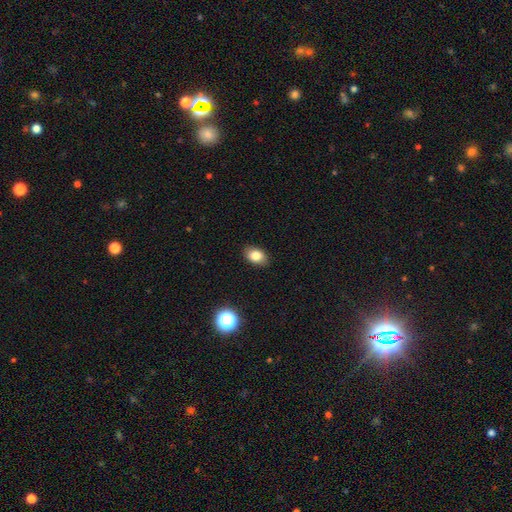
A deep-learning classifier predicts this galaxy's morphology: Smooth or featured? smooth (81%)
How rounded? in between (80%)
Merging? none (88%)